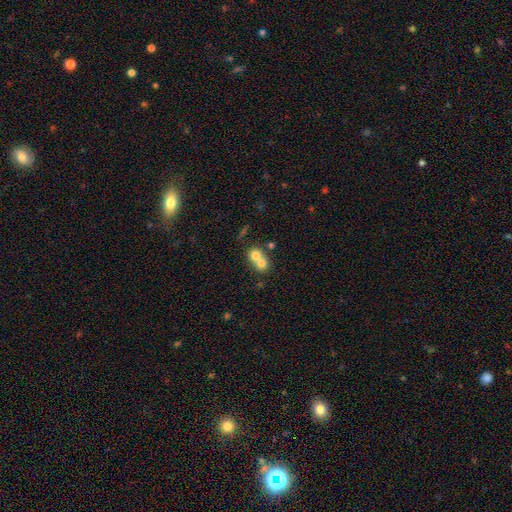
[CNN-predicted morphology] Smooth or featured? Predicted: smooth (p=0.72). How rounded? Predicted: round (p=0.78). Merging? Predicted: merger (p=0.68).